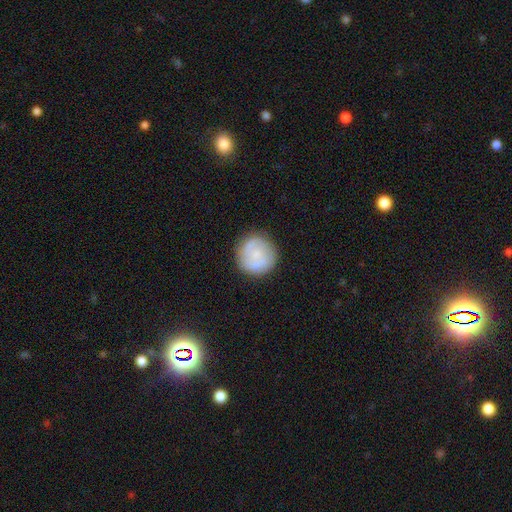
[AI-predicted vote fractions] This is possibly a smooth galaxy (47%). Merging: likely none (79%).